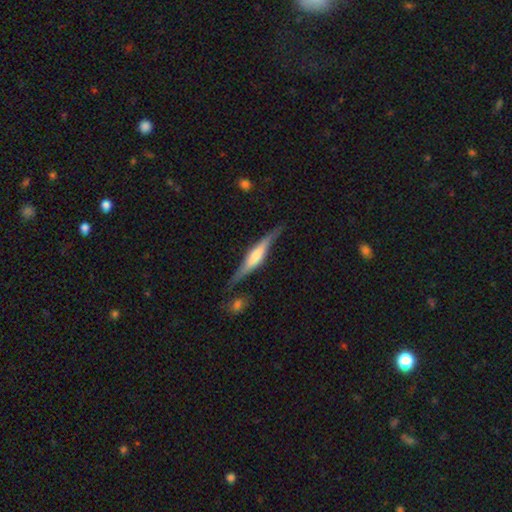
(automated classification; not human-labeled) A featured or disk galaxy (67%) viewed edge-on (92%) with a rounded central bulge (48%).

Vote fractions:
- Smooth or featured? featured or disk: 67% / smooth: 27% / star or artifact: 5%
- Edge-on disk? yes: 92% / no: 8%
- Edge-on bulge? rounded: 48% / boxy: 38% / none: 14%
- Merging? none: 71% / minor disturbance: 19% / major disturbance: 5% / merger: 4%